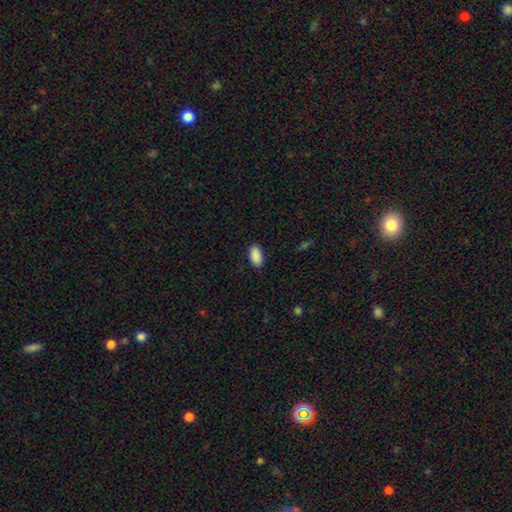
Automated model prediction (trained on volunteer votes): Smooth or featured? Predicted: smooth (p=0.91). How rounded? Predicted: in between (p=0.93). Merging? Predicted: none (p=0.88).